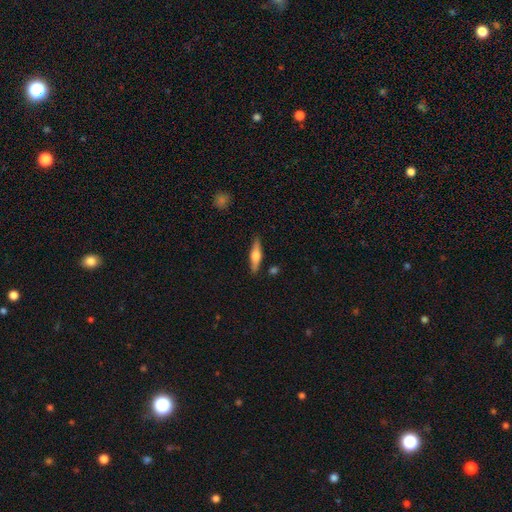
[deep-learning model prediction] smooth_or_featured: featured or disk (p=0.48) [alt: smooth p=0.46]
merging: none (p=0.87) [alt: minor disturbance p=0.09]